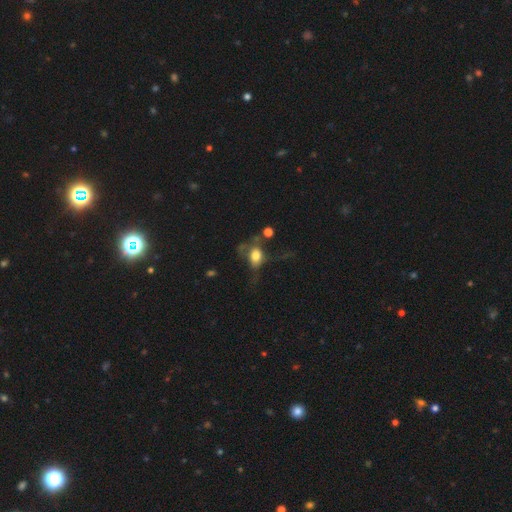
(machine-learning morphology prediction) Overall: smooth (64%; featured or disk 25%). How rounded: in between (57%; round 41%). Merging: major disturbance (43%; none 29%).